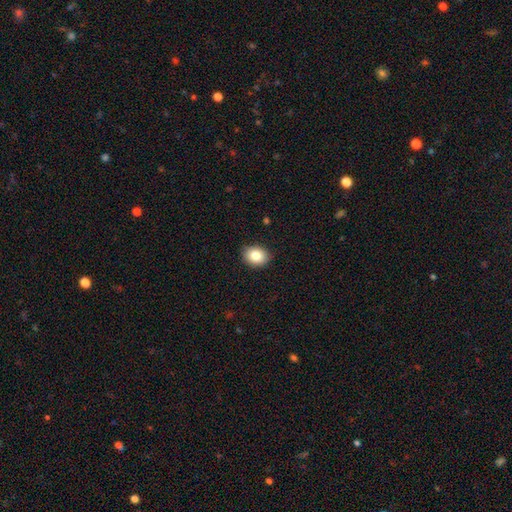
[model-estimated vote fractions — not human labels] smooth_or_featured: smooth (p=0.84) [alt: star or artifact p=0.09]
how_rounded: round (p=0.50) [tied with: in between p=0.50]
merging: none (p=0.89) [alt: minor disturbance p=0.09]